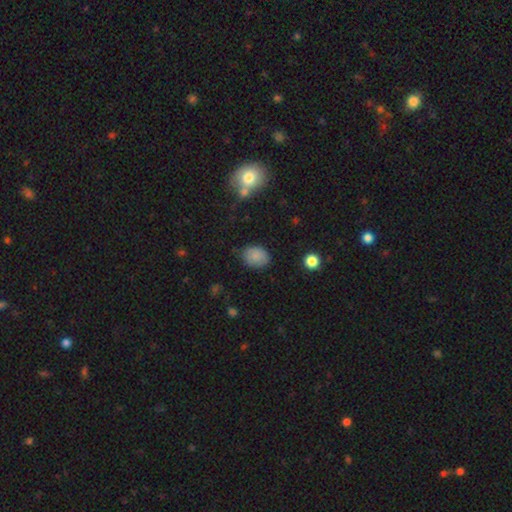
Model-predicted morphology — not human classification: type=smooth (83%); roundness=in between (58%); merging=none (77%).